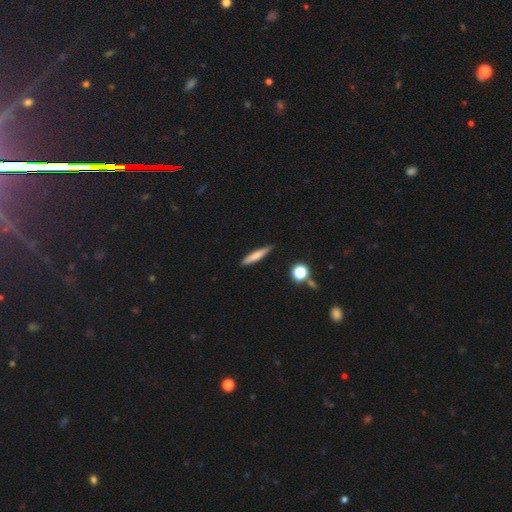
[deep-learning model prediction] Smooth or featured? Predicted: smooth (p=0.70). How rounded? Predicted: cigar-shaped (p=0.87). Merging? Predicted: none (p=0.87).